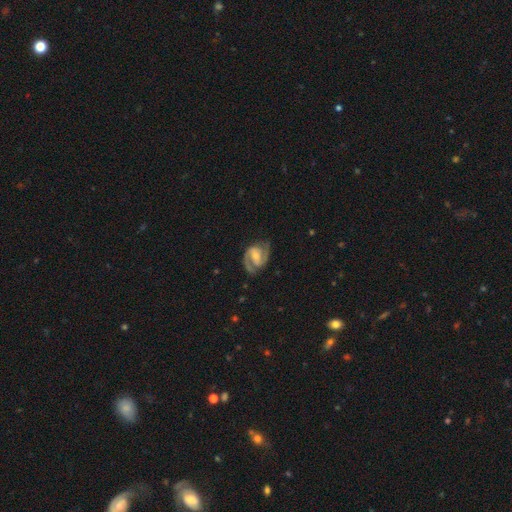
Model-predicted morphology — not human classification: Smooth or featured? featured or disk (88%)
Edge-on disk? no (98%)
Bar? weak (47%)
Spiral arms? yes (97%)
Spiral winding? medium (55%)
Spiral arm count? 2 (92%)
Bulge size? moderate (51%)
Merging? none (77%)